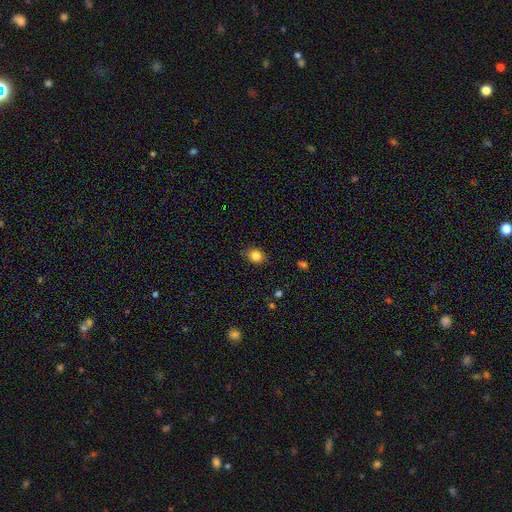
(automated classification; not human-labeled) The model was most divided on "how rounded": round: 65%, in between: 34%, cigar-shaped: 1%. More confident: smooth or featured — smooth (83%); merging — none (83%).